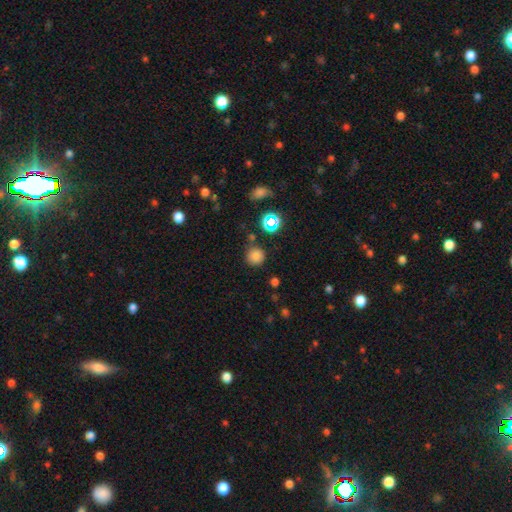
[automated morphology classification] Smooth or featured?
  - smooth: 77% *
  - star or artifact: 17%
  - featured or disk: 5%
How rounded?
  - round: 93% *
  - in between: 6%
  - cigar-shaped: 1%
Merging?
  - none: 83% *
  - minor disturbance: 10%
  - merger: 4%
  - major disturbance: 3%